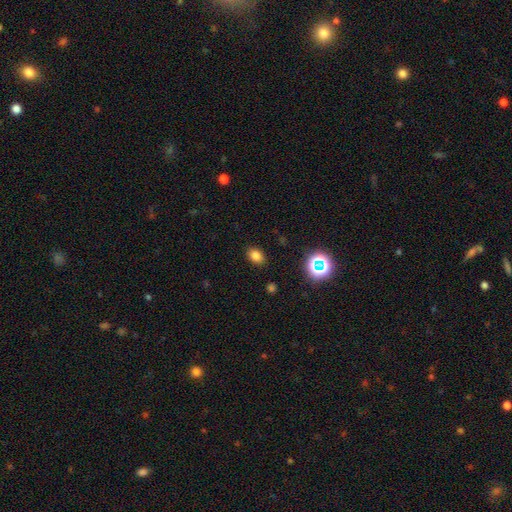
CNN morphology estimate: The model was most divided on "how rounded": in between: 69%, round: 30%, cigar-shaped: 1%. More confident: merging — none (87%); smooth or featured — smooth (78%).